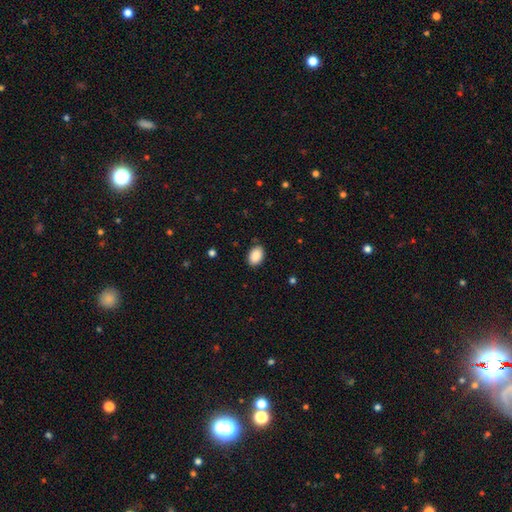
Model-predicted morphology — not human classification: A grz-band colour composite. It shows a smooth galaxy with no disk features (90%) that is in between round and cigar-shaped (87%). Merging: none (86%).